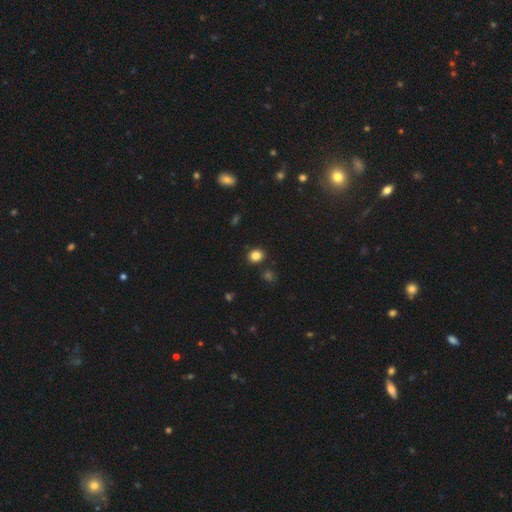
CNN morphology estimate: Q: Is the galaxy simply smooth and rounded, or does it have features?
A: smooth — 83%.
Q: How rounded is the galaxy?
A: round — 76%.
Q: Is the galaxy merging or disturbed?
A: none — 87%.